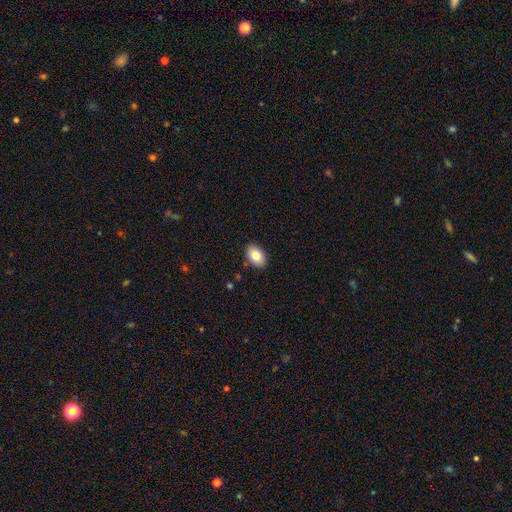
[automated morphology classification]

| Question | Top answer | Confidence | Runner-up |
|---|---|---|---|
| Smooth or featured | smooth | 83% | featured or disk (10%) |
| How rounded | in between | 85% | round (14%) |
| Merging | none | 89% | minor disturbance (8%) |